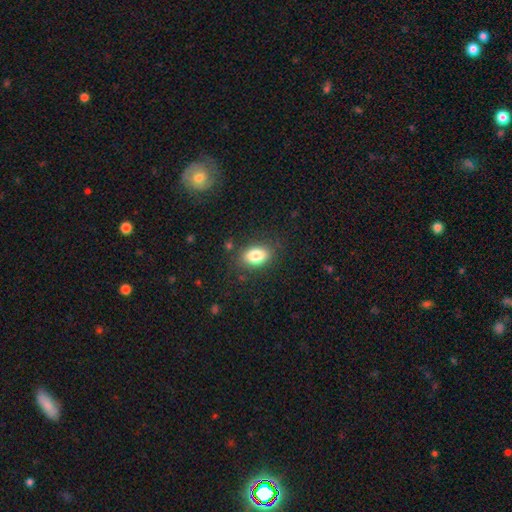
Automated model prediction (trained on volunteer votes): Smooth or featured: smooth — 82% (featured or disk — 9%)
How rounded: in between — 84% (round — 15%)
Merging: none — 83% (minor disturbance — 11%)